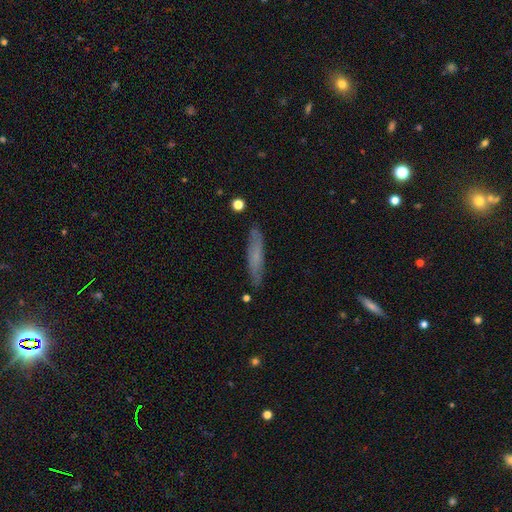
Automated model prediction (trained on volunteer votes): Smooth or featured? Predicted: smooth (p=0.59). How rounded? Predicted: cigar-shaped (p=0.86). Merging? Predicted: none (p=0.83).